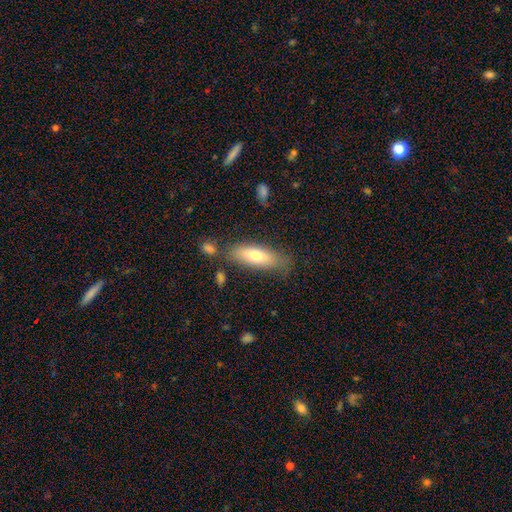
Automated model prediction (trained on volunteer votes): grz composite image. It shows a smooth galaxy with no disk features (72%) that is in between round and cigar-shaped (57%). Merging: none (73%).